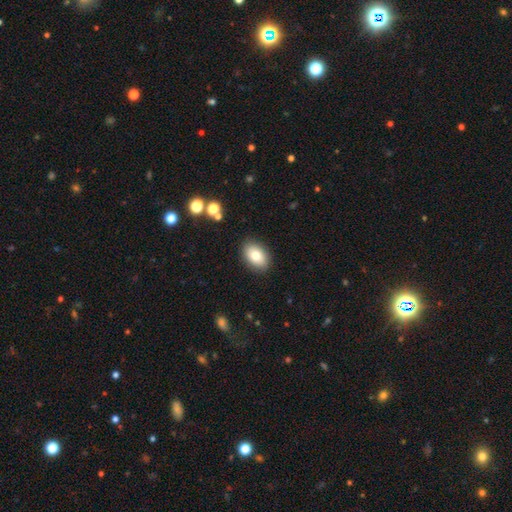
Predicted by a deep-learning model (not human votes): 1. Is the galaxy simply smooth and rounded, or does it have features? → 79% smooth, 12% featured or disk, 8% star or artifact.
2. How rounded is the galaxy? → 86% in between, 13% round, 1% cigar-shaped.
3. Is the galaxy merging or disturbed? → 88% none, 9% minor disturbance, 2% major disturbance, 1% merger.